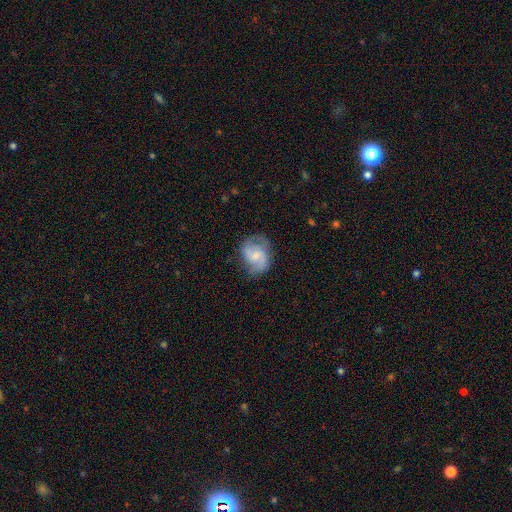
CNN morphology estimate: Smooth or featured? Predicted: featured or disk (p=0.61). Edge-on disk? Predicted: no (p=0.98). Bar? Predicted: no (p=0.47). Spiral arms? Predicted: yes (p=0.88). Spiral winding? Predicted: medium (p=0.46). Spiral arm count? Predicted: 2 (p=0.80). Bulge size? Predicted: small (p=0.44). Merging? Predicted: none (p=0.63).